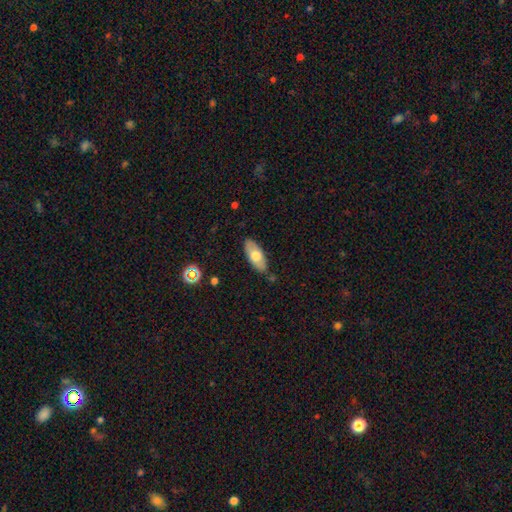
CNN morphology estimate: A smooth galaxy with no disk features (65%) that is in between round and cigar-shaped (85%).

Vote fractions:
- Smooth or featured? smooth: 65% / featured or disk: 29% / star or artifact: 6%
- How rounded? in between: 85% / cigar-shaped: 13% / round: 3%
- Merging? none: 83% / minor disturbance: 13% / major disturbance: 2% / merger: 2%